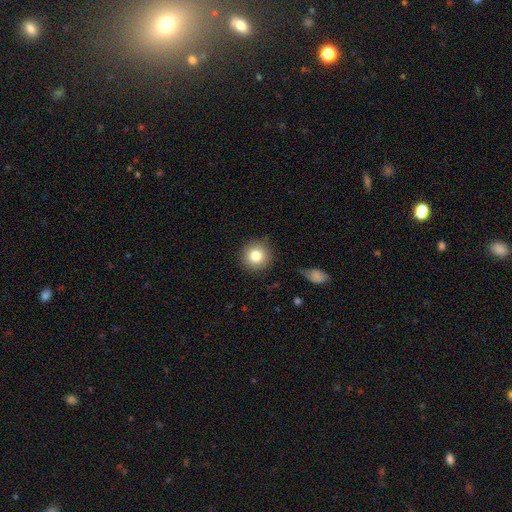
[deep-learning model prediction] Smooth or featured?
  - smooth: 81% *
  - star or artifact: 10%
  - featured or disk: 9%
How rounded?
  - round: 94% *
  - in between: 5%
  - cigar-shaped: 1%
Merging?
  - none: 86% *
  - minor disturbance: 9%
  - major disturbance: 3%
  - merger: 2%